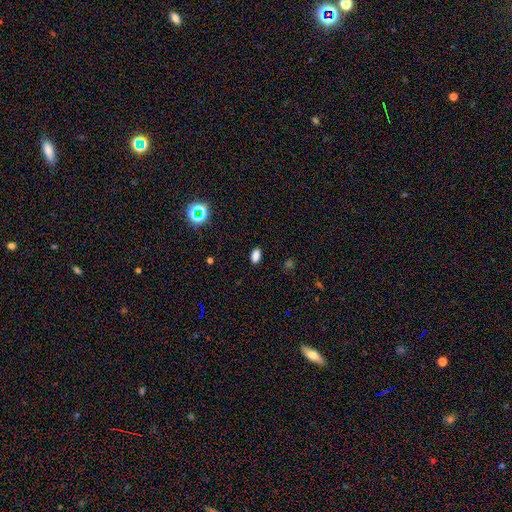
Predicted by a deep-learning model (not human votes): smooth_or_featured: smooth (p=0.82) [alt: star or artifact p=0.14]
how_rounded: in between (p=0.89) [alt: round p=0.08]
merging: none (p=0.88) [alt: minor disturbance p=0.09]